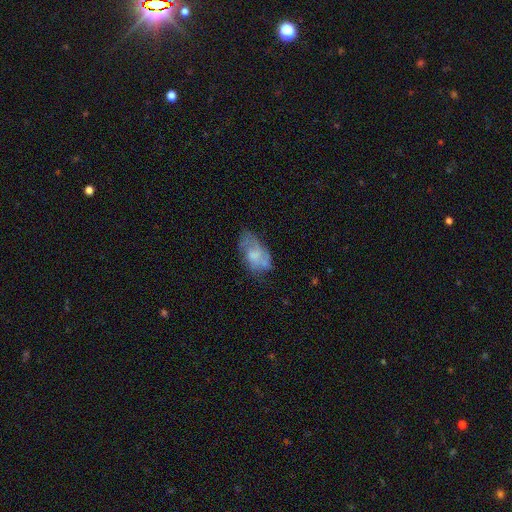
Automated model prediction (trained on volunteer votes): A smooth galaxy with no disk features (48%). Merging: none (46%).